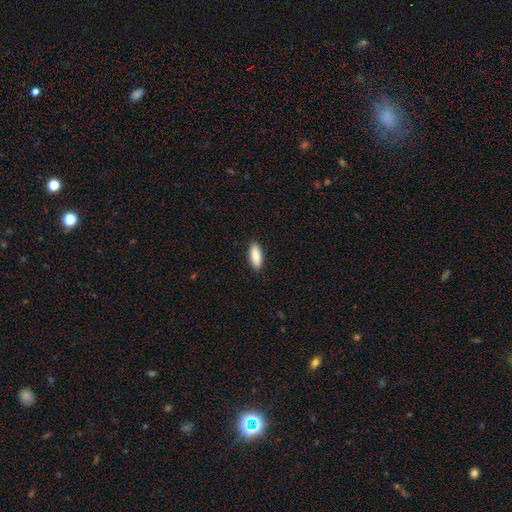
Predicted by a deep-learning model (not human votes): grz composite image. It shows a smooth galaxy with no disk features (90%) that is in between round and cigar-shaped (76%). Merging: none (90%).